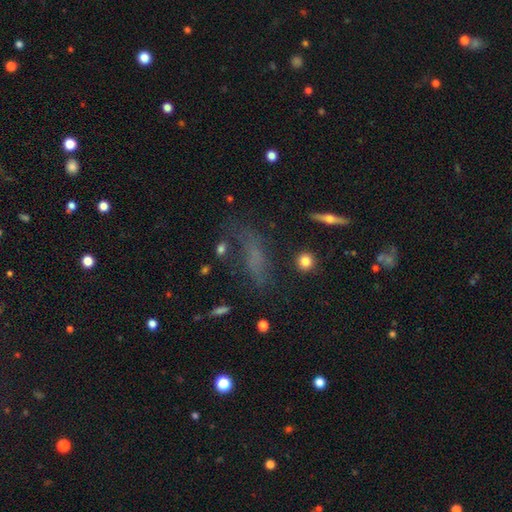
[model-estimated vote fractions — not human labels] The model was most divided on "smooth or featured": smooth: 49%, star or artifact: 26%, featured or disk: 25%. More confident: merging — none (61%).